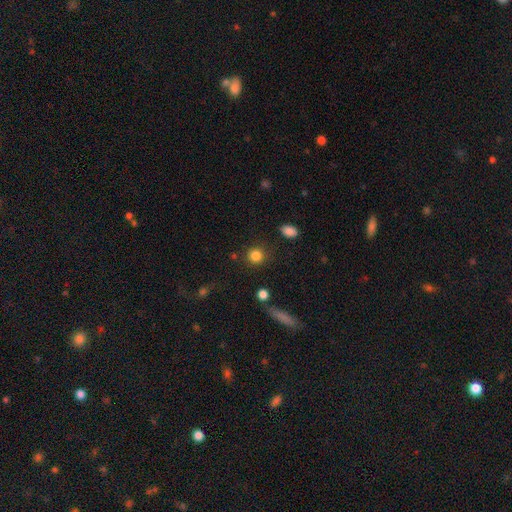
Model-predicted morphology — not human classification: type=smooth (84%); roundness=round (91%); merging=none (85%).